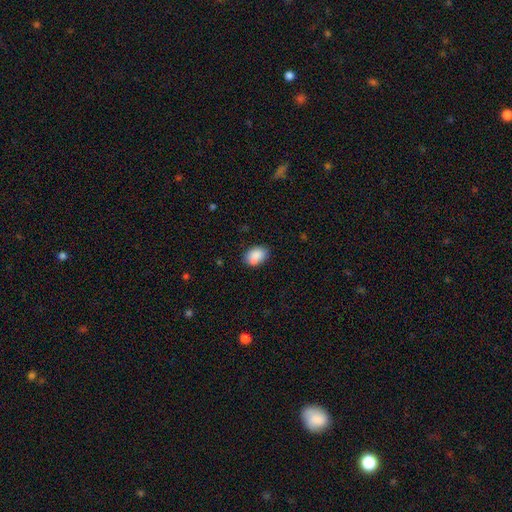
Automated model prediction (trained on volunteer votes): Morphology: type=smooth (87%); roundness=in between (80%); merging=none (73%).